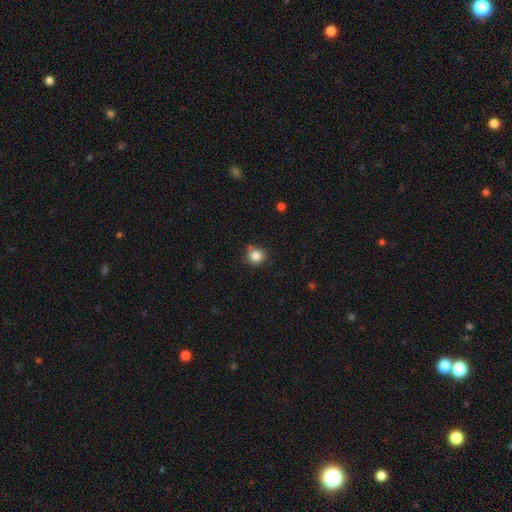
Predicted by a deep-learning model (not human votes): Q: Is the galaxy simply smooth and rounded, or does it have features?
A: smooth — 84%.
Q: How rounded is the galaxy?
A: round — 87%.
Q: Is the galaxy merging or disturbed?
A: none — 76%.